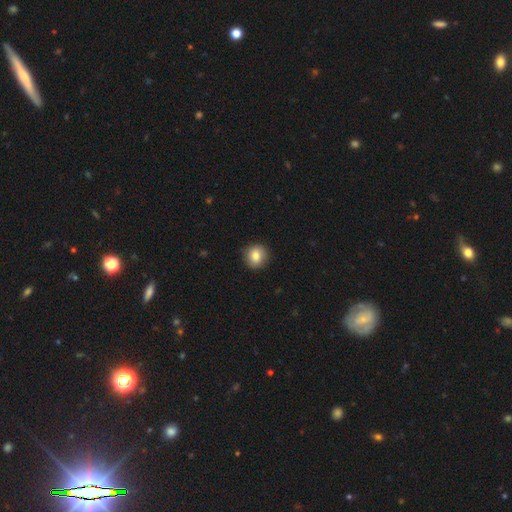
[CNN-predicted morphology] Smooth or featured: smooth — 82% (featured or disk — 9%)
How rounded: round — 88% (in between — 11%)
Merging: none — 90% (minor disturbance — 8%)